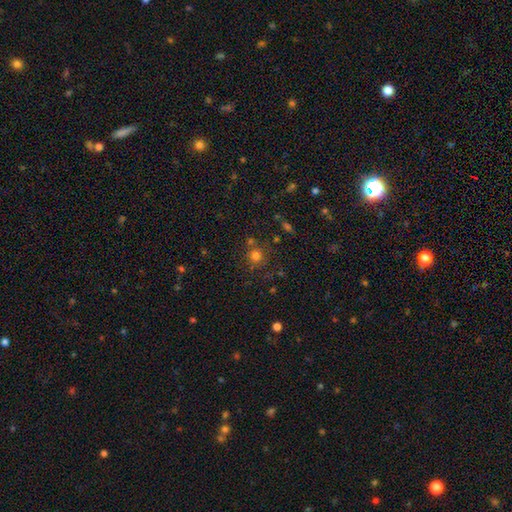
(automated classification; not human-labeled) This is likely a smooth galaxy (74%). How rounded: clearly round (91%). Merging: likely none (71%).